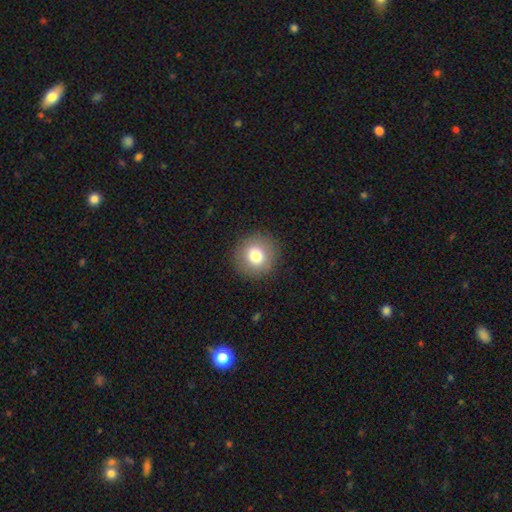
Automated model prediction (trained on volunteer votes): Smooth or featured?
  - smooth: 79% *
  - featured or disk: 11%
  - star or artifact: 10%
How rounded?
  - round: 93% *
  - in between: 6%
  - cigar-shaped: 1%
Merging?
  - none: 90% *
  - minor disturbance: 6%
  - major disturbance: 3%
  - merger: 1%